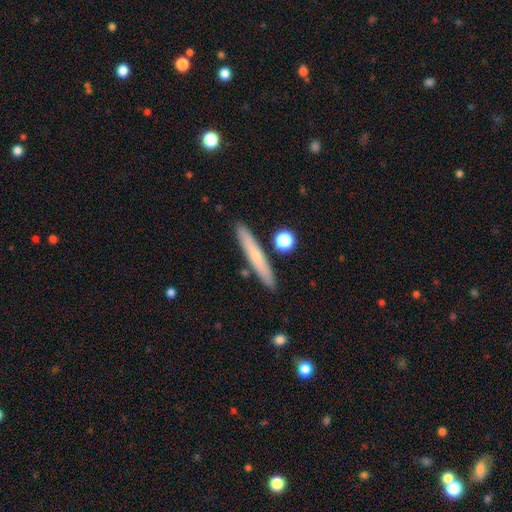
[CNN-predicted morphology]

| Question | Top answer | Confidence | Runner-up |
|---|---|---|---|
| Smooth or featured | smooth | 55% | featured or disk (38%) |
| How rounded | cigar-shaped | 94% | in between (4%) |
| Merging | none | 87% | minor disturbance (8%) |